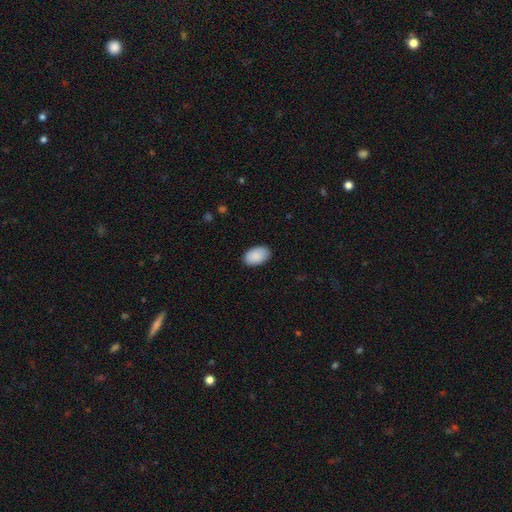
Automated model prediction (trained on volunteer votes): A smooth galaxy with no disk features (90%) that is in between round and cigar-shaped (93%).

Vote fractions:
- Smooth or featured? smooth: 90% / star or artifact: 6% / featured or disk: 3%
- How rounded? in between: 93% / round: 6% / cigar-shaped: 1%
- Merging? none: 87% / minor disturbance: 10% / major disturbance: 2% / merger: 1%